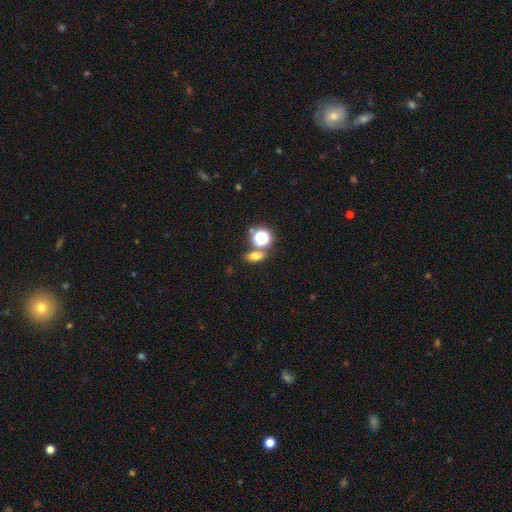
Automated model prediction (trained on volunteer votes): A smooth galaxy with no disk features (68%) that is in between round and cigar-shaped (66%).

Vote fractions:
- Smooth or featured? smooth: 68% / star or artifact: 21% / featured or disk: 11%
- How rounded? in between: 66% / round: 26% / cigar-shaped: 8%
- Merging? none: 67% / merger: 19% / minor disturbance: 11% / major disturbance: 4%